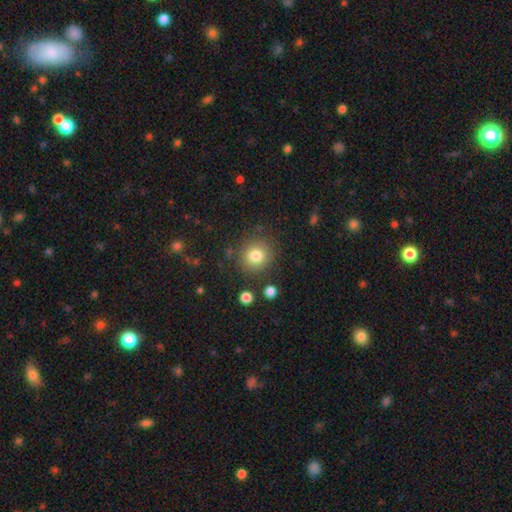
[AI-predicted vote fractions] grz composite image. It shows a smooth galaxy with no disk features (80%) that is round (88%). Merging: none (83%).